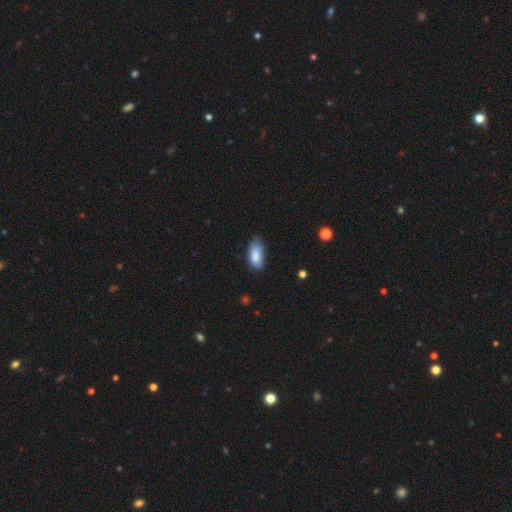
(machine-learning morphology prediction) A smooth galaxy with no disk features (85%) that is in between round and cigar-shaped (89%).

Vote fractions:
- Smooth or featured? smooth: 85% / featured or disk: 8% / star or artifact: 7%
- How rounded? in between: 89% / cigar-shaped: 9% / round: 2%
- Merging? none: 65% / minor disturbance: 29% / major disturbance: 5% / merger: 2%